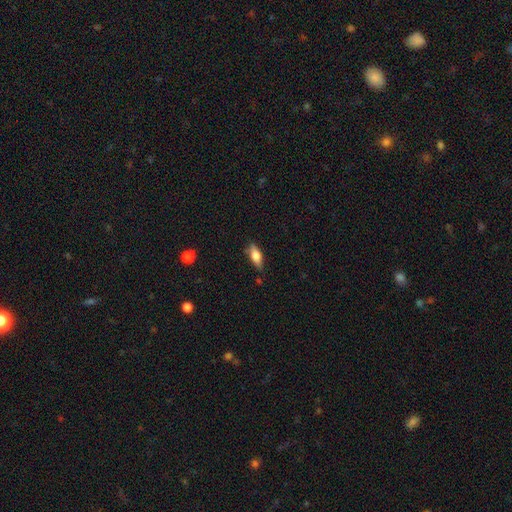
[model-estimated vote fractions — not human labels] Smooth or featured? Predicted: smooth (p=0.62). How rounded? Predicted: in between (p=0.71). Merging? Predicted: none (p=0.75).